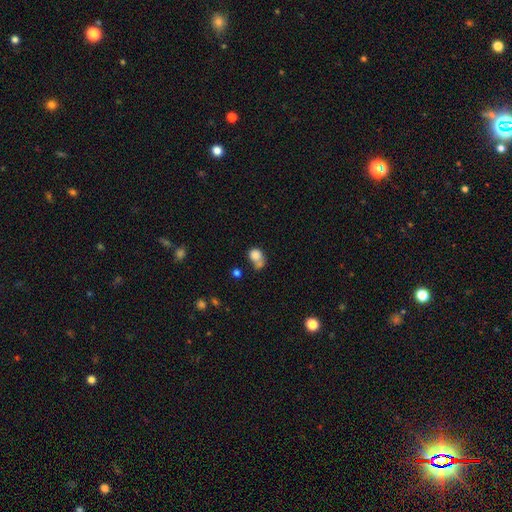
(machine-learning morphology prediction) Q: Smooth or featured?
A: smooth (79%); runner-up: featured or disk (10%)
Q: How rounded?
A: round (53%); runner-up: in between (46%)
Q: Merging?
A: merger (41%); runner-up: none (31%)